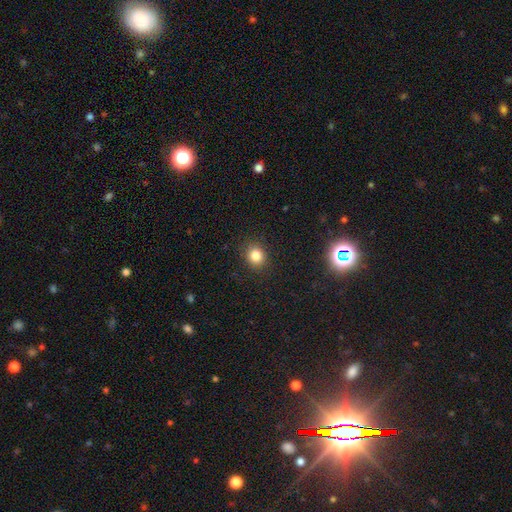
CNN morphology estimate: smooth-or-featured: smooth: 82% | star or artifact: 12% | featured or disk: 6%
  how-rounded: round: 72% | in between: 28% | cigar-shaped: 1%
  merging: none: 89% | minor disturbance: 8% | major disturbance: 3% | merger: 1%